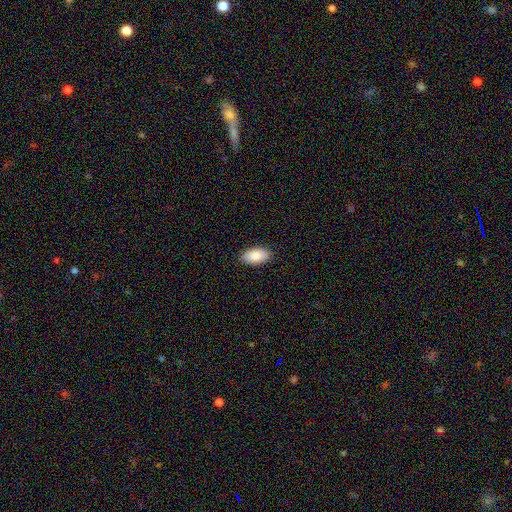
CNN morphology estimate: Overall: smooth (89%). How rounded: in between (95%). Merging: none (89%).